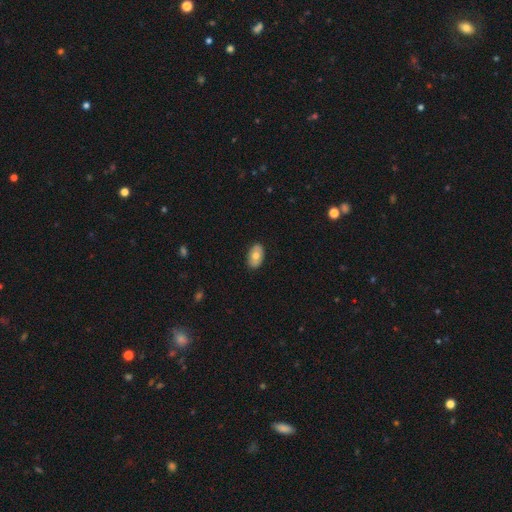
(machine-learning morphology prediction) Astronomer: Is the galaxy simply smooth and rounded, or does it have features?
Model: smooth — 68%.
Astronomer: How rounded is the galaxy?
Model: in between — 92%.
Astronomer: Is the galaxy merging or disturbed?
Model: none — 87%.